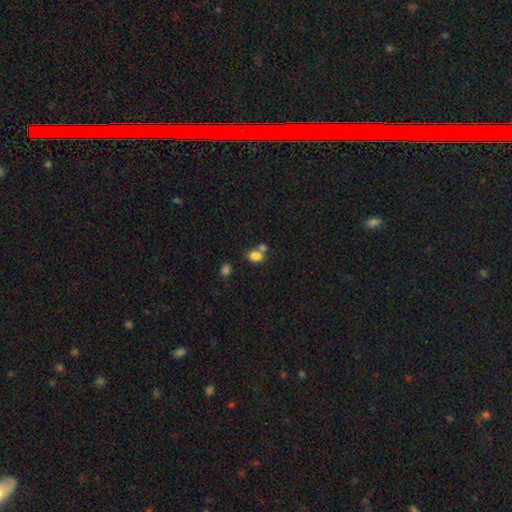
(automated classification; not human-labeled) The model was most divided on "merging": none: 49%, merger: 36%, minor disturbance: 11%, major disturbance: 4%. More confident: smooth or featured — smooth (82%); how rounded — in between (57%).